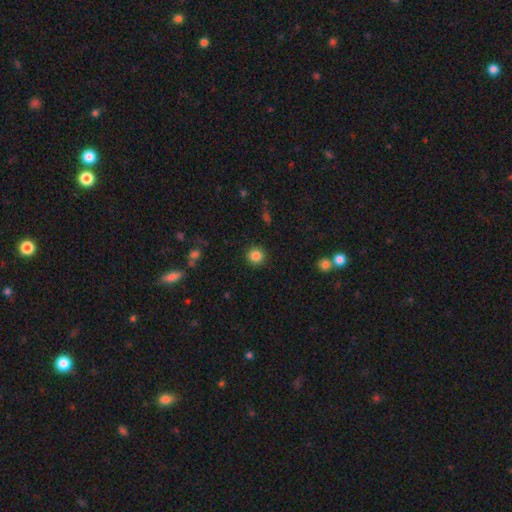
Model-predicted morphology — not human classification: smooth-or-featured: smooth: 85% | star or artifact: 11% | featured or disk: 4%
  how-rounded: round: 94% | in between: 5% | cigar-shaped: 1%
  merging: none: 91% | minor disturbance: 6% | major disturbance: 2% | merger: 1%